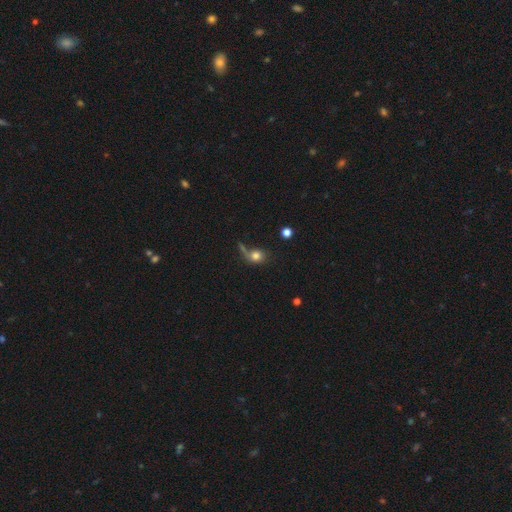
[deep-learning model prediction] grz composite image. It shows a smooth galaxy with no disk features (75%) that is round (63%). Merging: none (41%).